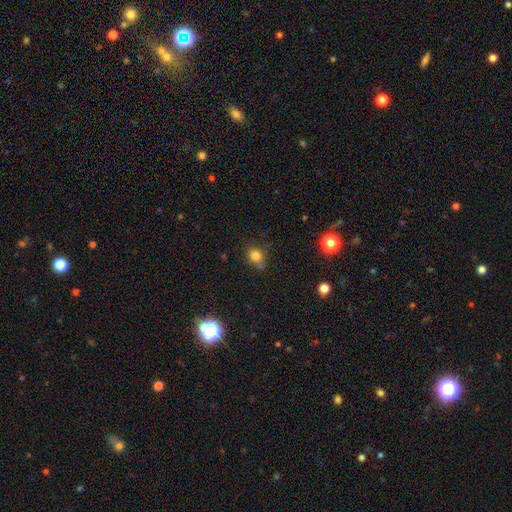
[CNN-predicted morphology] This is likely a smooth galaxy (79%). How rounded: clearly round (81%). Merging: likely none (62%).